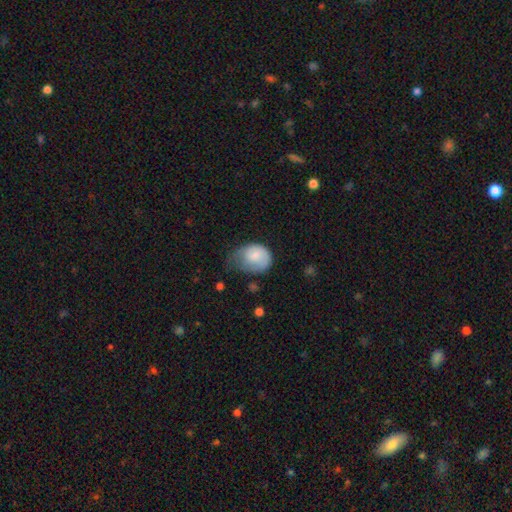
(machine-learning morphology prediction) smooth 77%, featured or disk 16%, star or artifact 6%. Down the decision tree: how rounded — in between (54%); merging — minor disturbance (41%).